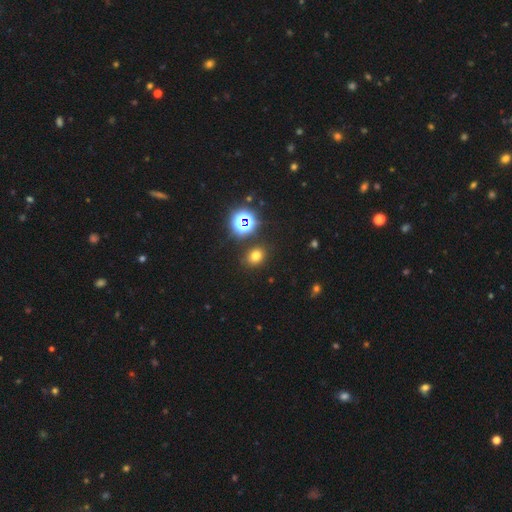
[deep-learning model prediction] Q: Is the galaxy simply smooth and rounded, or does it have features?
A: smooth — 69%.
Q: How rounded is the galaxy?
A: round — 58%.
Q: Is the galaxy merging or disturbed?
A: none — 86%.